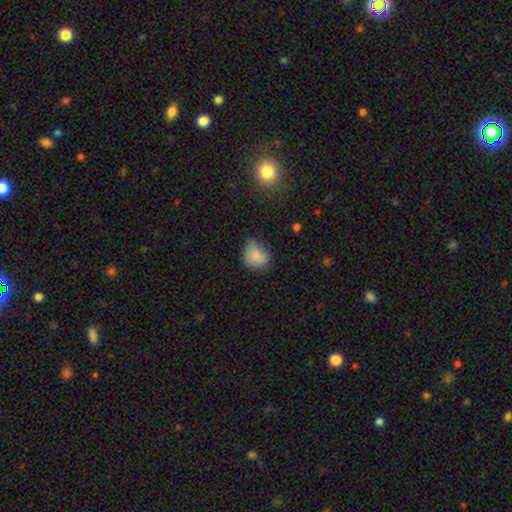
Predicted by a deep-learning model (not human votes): smooth 80%, featured or disk 10%, star or artifact 10%. Down the decision tree: how rounded — round (55%); merging — none (47%).